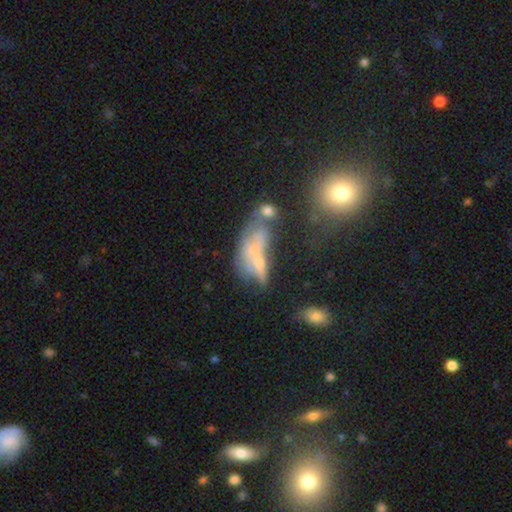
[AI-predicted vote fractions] A featured or disk galaxy (47%). Merging: merger (34%).